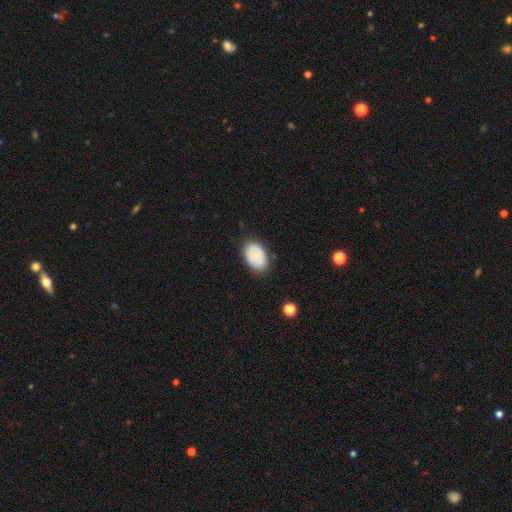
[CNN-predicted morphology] smooth-or-featured: smooth: 75% | featured or disk: 18% | star or artifact: 7%
  how-rounded: in between: 89% | round: 10% | cigar-shaped: 1%
  merging: none: 83% | minor disturbance: 13% | major disturbance: 3% | merger: 1%